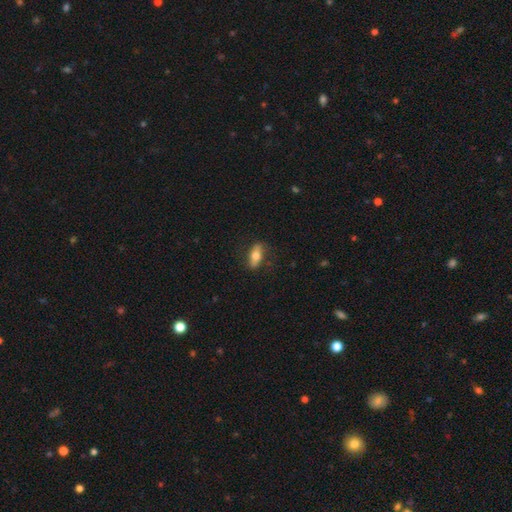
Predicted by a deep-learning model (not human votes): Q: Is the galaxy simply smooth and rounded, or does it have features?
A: smooth — 64%.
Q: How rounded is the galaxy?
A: in between — 69%.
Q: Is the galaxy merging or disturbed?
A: none — 79%.